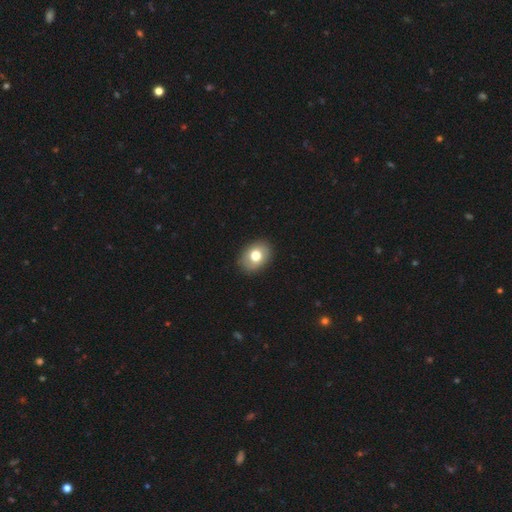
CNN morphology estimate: Q: Smooth or featured?
A: smooth (73%); runner-up: featured or disk (19%)
Q: How rounded?
A: in between (64%); runner-up: round (35%)
Q: Merging?
A: none (88%); runner-up: minor disturbance (9%)